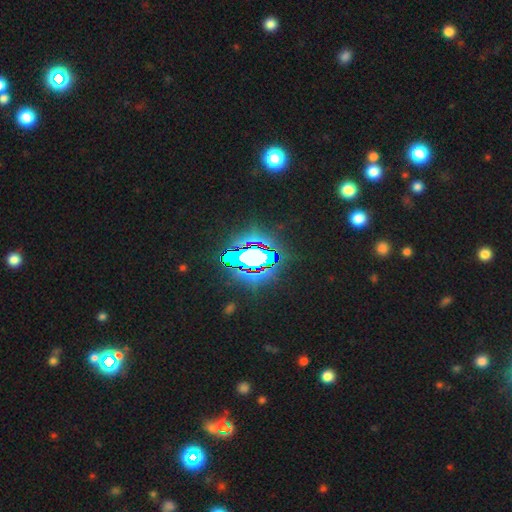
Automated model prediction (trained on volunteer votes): The model was most divided on "smooth or featured": star or artifact: 70%, smooth: 17%, featured or disk: 13%.